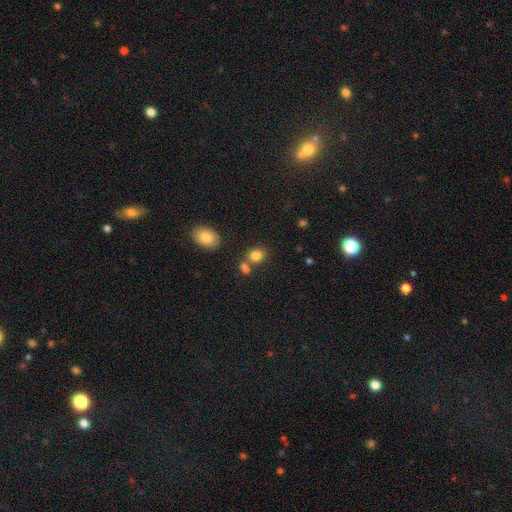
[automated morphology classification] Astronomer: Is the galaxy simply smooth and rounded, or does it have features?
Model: smooth — 81%.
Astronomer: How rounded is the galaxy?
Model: round — 61% (runner-up: in between, 38%).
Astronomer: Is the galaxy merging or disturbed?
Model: none — 63%.